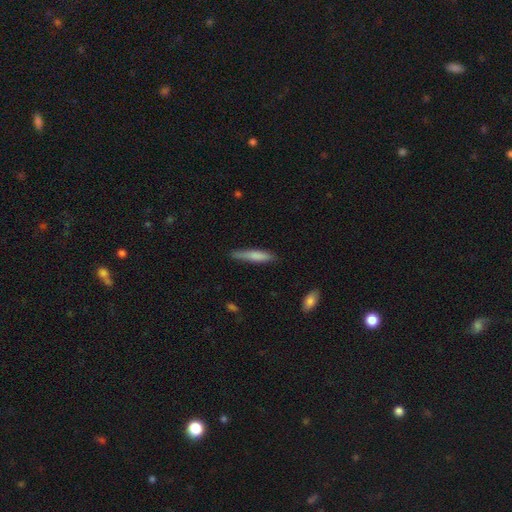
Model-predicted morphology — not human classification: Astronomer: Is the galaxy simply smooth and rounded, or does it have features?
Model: smooth — 74%.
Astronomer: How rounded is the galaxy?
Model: cigar-shaped — 88%.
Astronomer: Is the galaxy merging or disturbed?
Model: none — 78%.